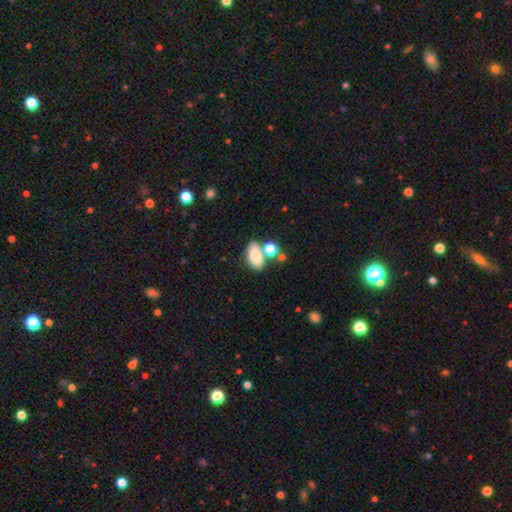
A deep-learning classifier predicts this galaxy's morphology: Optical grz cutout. It shows a smooth galaxy with no disk features (81%) that is in between round and cigar-shaped (87%). Merging: none (54%).